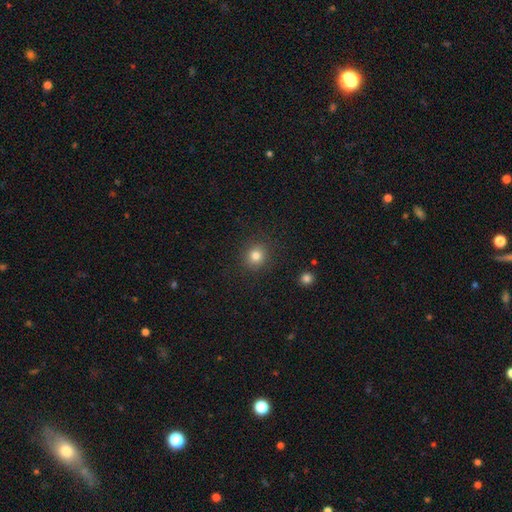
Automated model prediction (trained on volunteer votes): A smooth galaxy with no disk features (82%) that is round (90%). Merging: none (90%).